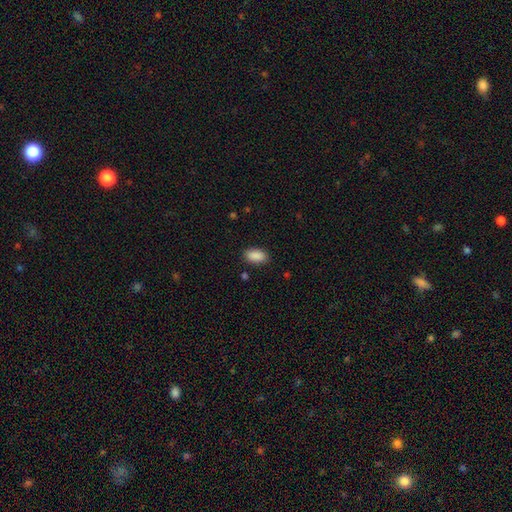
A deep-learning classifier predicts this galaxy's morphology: Smooth or featured: smooth — 90% (star or artifact — 7%)
How rounded: in between — 93% (round — 5%)
Merging: none — 87% (minor disturbance — 9%)